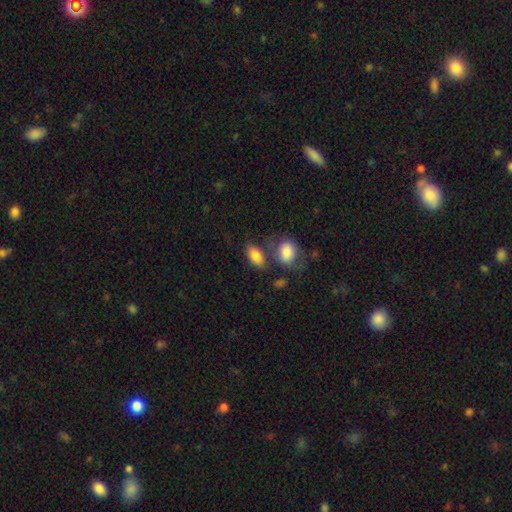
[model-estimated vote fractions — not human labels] A smooth galaxy with no disk features (84%) that is in between round and cigar-shaped (90%). Merging: none (60%).